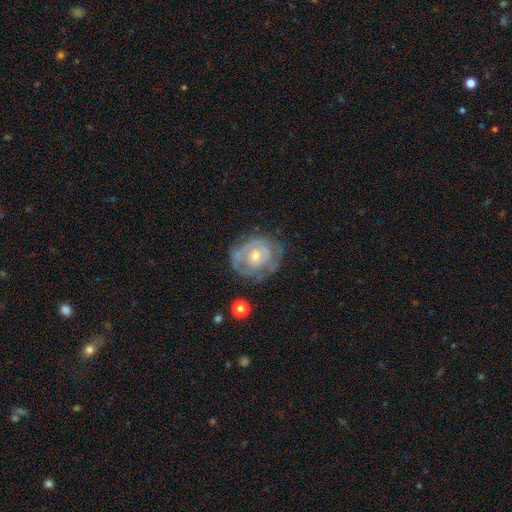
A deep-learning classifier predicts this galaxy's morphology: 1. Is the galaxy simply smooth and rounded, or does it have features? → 72% featured or disk, 21% smooth, 7% star or artifact.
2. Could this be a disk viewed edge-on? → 97% no, 3% yes.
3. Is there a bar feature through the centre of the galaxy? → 78% no, 18% weak, 4% strong.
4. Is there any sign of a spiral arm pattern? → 64% yes, 36% no.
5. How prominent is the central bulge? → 54% small, 42% moderate, 2% large, 2% none, 1% dominant.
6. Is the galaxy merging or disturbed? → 66% none, 21% minor disturbance, 11% major disturbance, 2% merger.